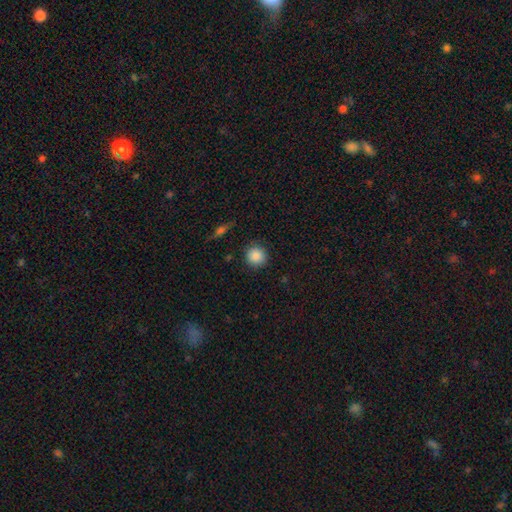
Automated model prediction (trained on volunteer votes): Smooth or featured: smooth — 87% (star or artifact — 9%)
How rounded: round — 93% (in between — 6%)
Merging: none — 89% (minor disturbance — 7%)